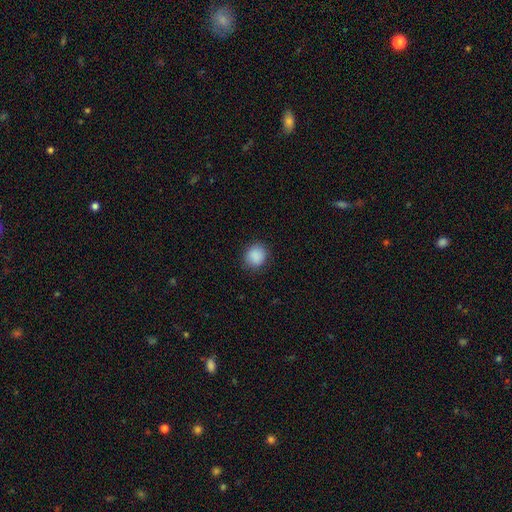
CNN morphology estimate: smooth 89%, star or artifact 8%, featured or disk 3%. Down the decision tree: how rounded — round (81%); merging — none (87%).